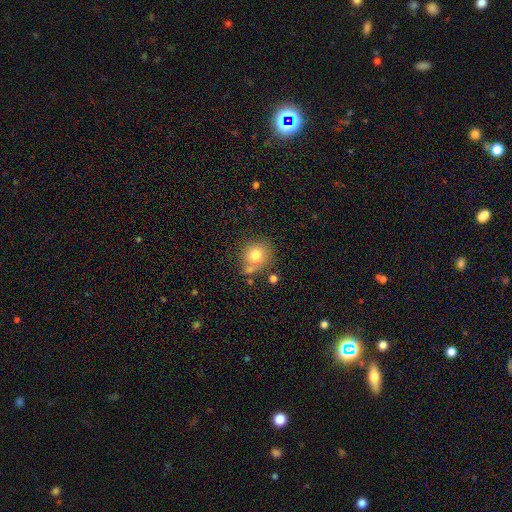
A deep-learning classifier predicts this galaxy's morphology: smooth_or_featured: smooth (p=0.76) [alt: featured or disk p=0.13]
how_rounded: round (p=0.82) [alt: in between p=0.17]
merging: none (p=0.64) [alt: minor disturbance p=0.17]